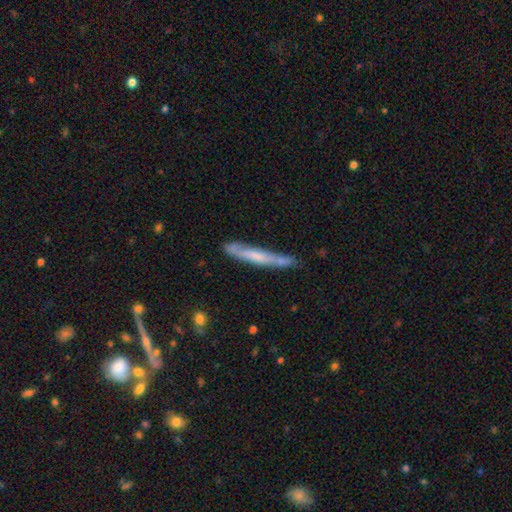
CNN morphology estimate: Smooth or featured? Predicted: smooth (p=0.48). Merging? Predicted: none (p=0.66).